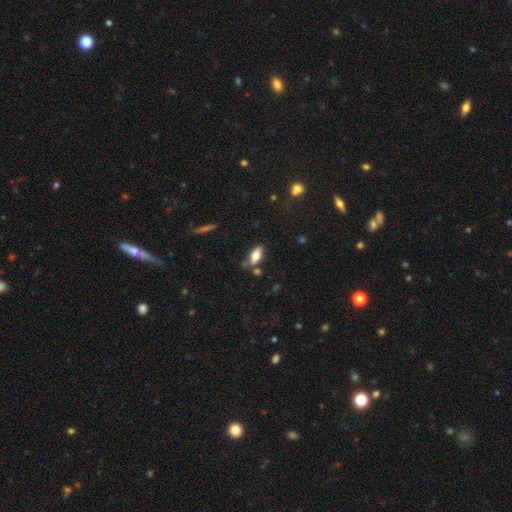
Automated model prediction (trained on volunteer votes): Morphology: type=smooth (67%); roundness=in between (76%); merging=none (68%).